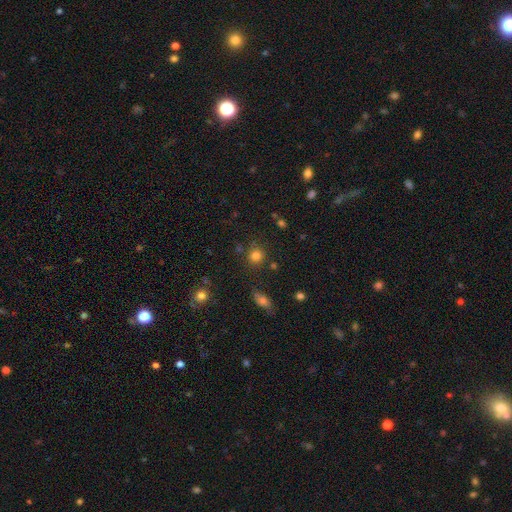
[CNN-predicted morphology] smooth 81%, star or artifact 13%, featured or disk 6%. Down the decision tree: how rounded — round (88%); merging — none (81%).